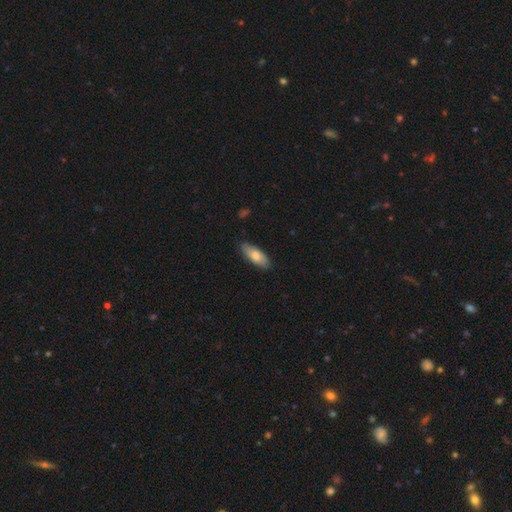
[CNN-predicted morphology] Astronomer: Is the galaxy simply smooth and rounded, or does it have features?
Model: smooth — 77%.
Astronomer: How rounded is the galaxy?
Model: in between — 75%.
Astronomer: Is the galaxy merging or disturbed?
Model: none — 83%.